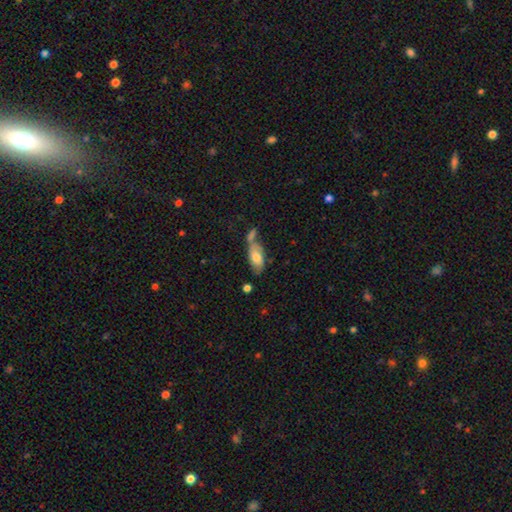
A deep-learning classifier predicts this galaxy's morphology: smooth_or_featured: smooth (p=0.67) [alt: featured or disk p=0.26]
how_rounded: in between (p=0.87) [alt: cigar-shaped p=0.10]
merging: none (p=0.44) [alt: merger p=0.30]